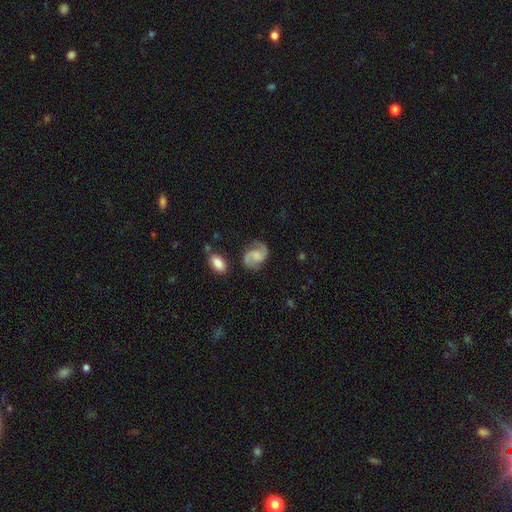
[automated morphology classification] A featured or disk galaxy (75%) with no bar (58%), 2 (90%) medium (49%) spiral arms (95%) and no central bulge (48%).

Vote fractions:
- Smooth or featured? featured or disk: 75% / smooth: 18% / star or artifact: 7%
- Edge-on disk? no: 98% / yes: 2%
- Bar? no: 58% / weak: 35% / strong: 7%
- Spiral arms? yes: 95% / no: 5%
- Spiral winding? medium: 49% / loose: 32% / tight: 19%
- Spiral arm count? 2: 90% / can't tell: 3% / 1: 3% / 3: 1% / 4: 1% / more than 4: 1%
- Bulge size? none: 48% / small: 20% / moderate: 19% / large: 11% / dominant: 2%
- Merging? none: 71% / minor disturbance: 19% / major disturbance: 7% / merger: 3%